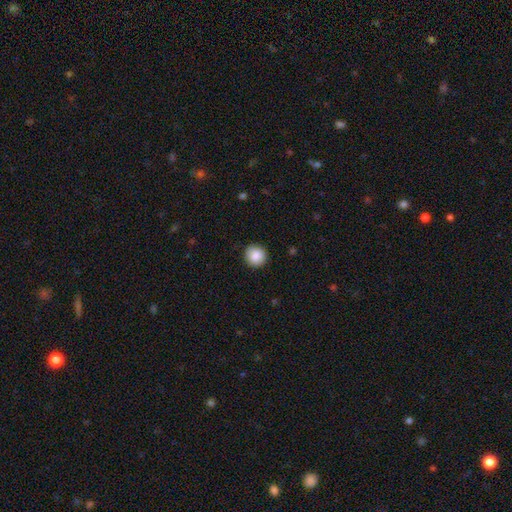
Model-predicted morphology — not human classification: This is clearly a smooth galaxy (87%). How rounded: clearly round (93%). Merging: clearly none (90%).